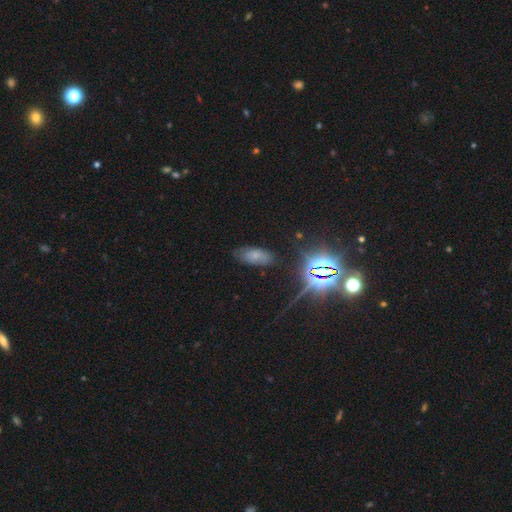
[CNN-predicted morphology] The model was most divided on "smooth or featured": smooth: 53%, star or artifact: 28%, featured or disk: 20%. More confident: how rounded — in between (89%); merging — none (74%).